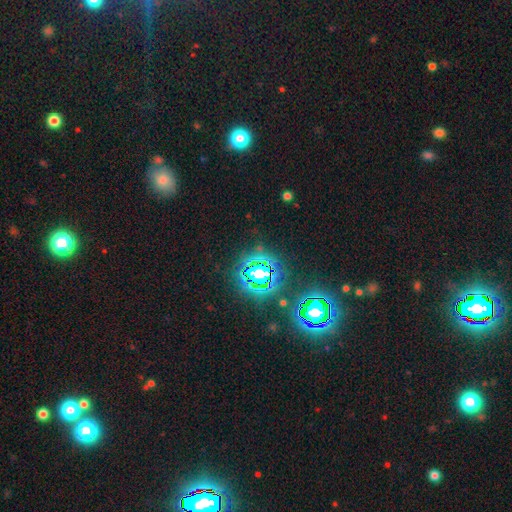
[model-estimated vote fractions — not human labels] This appears to be a star or artifact, not a galaxy (76%).